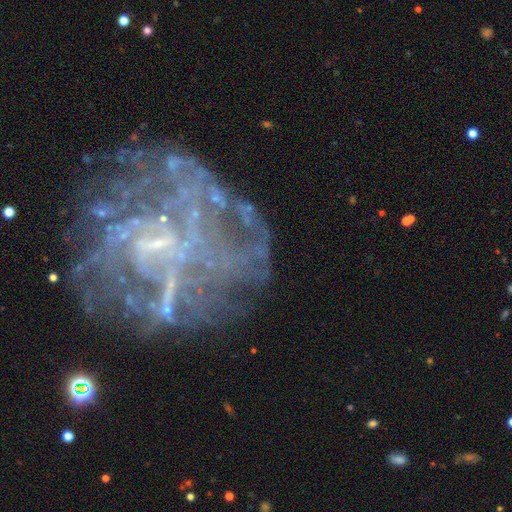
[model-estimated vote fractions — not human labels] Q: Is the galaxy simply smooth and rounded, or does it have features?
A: featured or disk — 72%.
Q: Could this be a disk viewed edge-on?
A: no — 96%.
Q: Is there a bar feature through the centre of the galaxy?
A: no — 40%.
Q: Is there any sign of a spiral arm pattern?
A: yes — 68%.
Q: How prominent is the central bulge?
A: small — 61%.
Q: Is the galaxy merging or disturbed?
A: none — 50%.